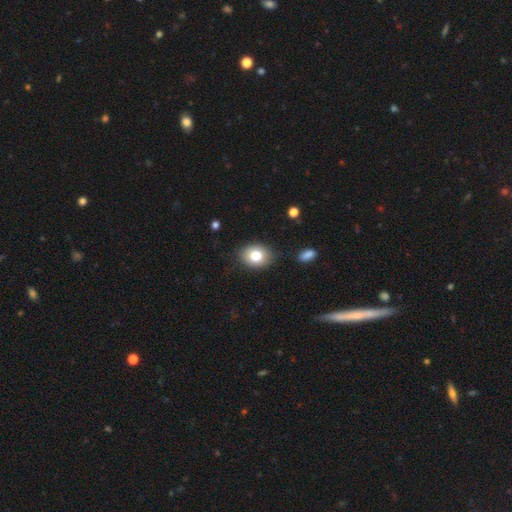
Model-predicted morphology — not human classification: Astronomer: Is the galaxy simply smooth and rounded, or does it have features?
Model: smooth — 80%.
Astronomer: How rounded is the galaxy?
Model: in between — 51% (runner-up: round, 48%).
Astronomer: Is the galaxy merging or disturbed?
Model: none — 82%.